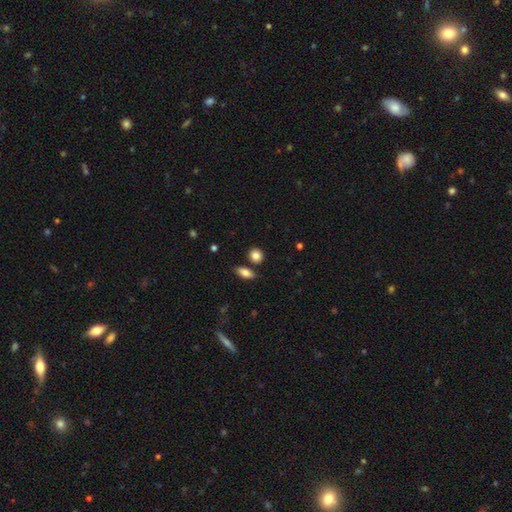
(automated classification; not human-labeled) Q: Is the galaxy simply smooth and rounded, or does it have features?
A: smooth — 85%.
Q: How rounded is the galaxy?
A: round — 65%.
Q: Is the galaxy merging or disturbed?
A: none — 77%.